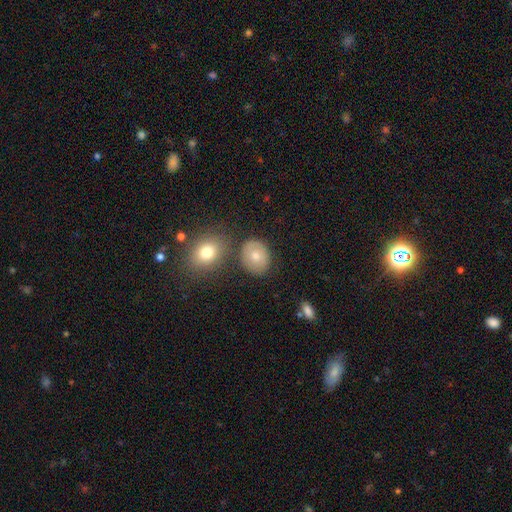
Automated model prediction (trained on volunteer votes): Q: Smooth or featured?
A: smooth (74%); runner-up: featured or disk (17%)
Q: How rounded?
A: round (56%); runner-up: in between (43%)
Q: Merging?
A: none (74%); runner-up: minor disturbance (13%)